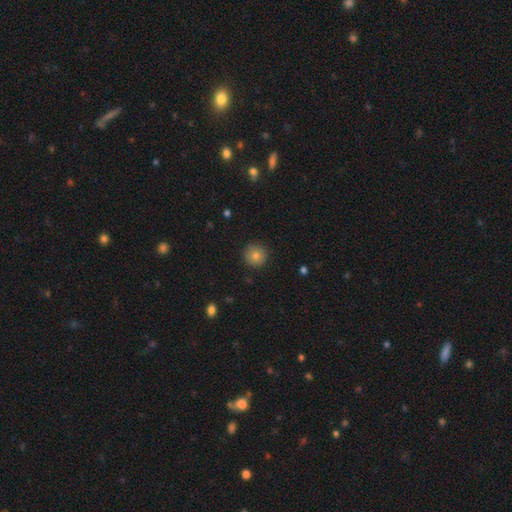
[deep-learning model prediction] Q: Smooth or featured?
A: smooth (79%); runner-up: featured or disk (10%)
Q: How rounded?
A: round (96%); runner-up: in between (4%)
Q: Merging?
A: none (91%); runner-up: minor disturbance (6%)